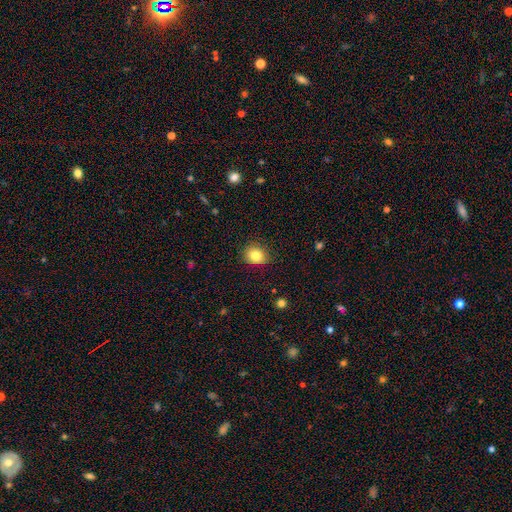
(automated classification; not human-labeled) Overall: smooth (82%). How rounded: round (65%; in between 34%). Merging: none (84%).